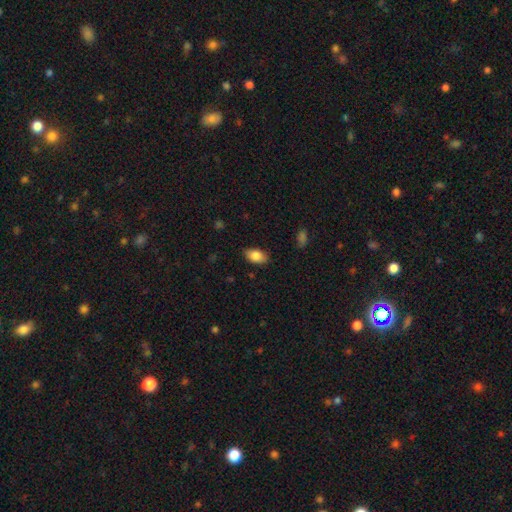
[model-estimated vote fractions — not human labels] Morphology: type=smooth (84%); roundness=in between (90%); merging=none (81%).